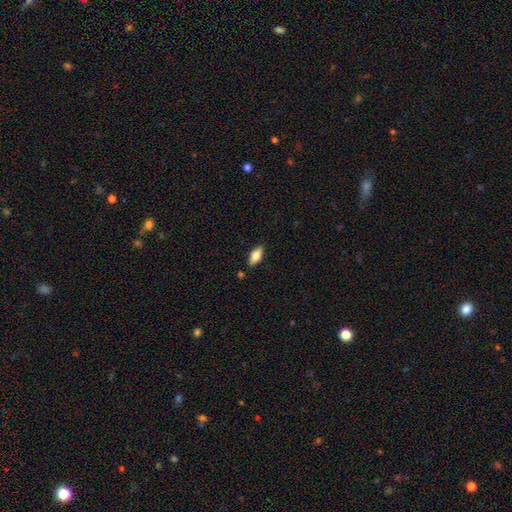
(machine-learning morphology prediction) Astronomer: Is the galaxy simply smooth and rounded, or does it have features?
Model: smooth — 67%.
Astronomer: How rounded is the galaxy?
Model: in between — 83%.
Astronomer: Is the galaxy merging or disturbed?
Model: none — 85%.